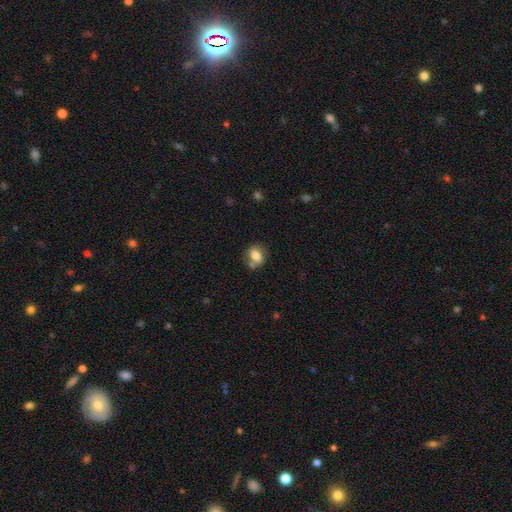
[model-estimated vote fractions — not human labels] The model was most divided on "how rounded": in between: 58%, round: 40%, cigar-shaped: 2%. More confident: smooth or featured — smooth (77%); merging — none (57%).